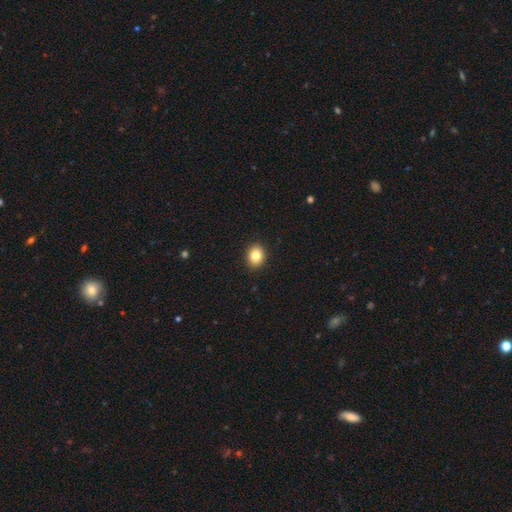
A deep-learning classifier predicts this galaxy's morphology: Smooth or featured?
  - smooth: 83% *
  - star or artifact: 9%
  - featured or disk: 8%
How rounded?
  - in between: 53% *
  - round: 47%
  - cigar-shaped: 1%
Merging?
  - none: 91% *
  - minor disturbance: 6%
  - major disturbance: 2%
  - merger: 1%